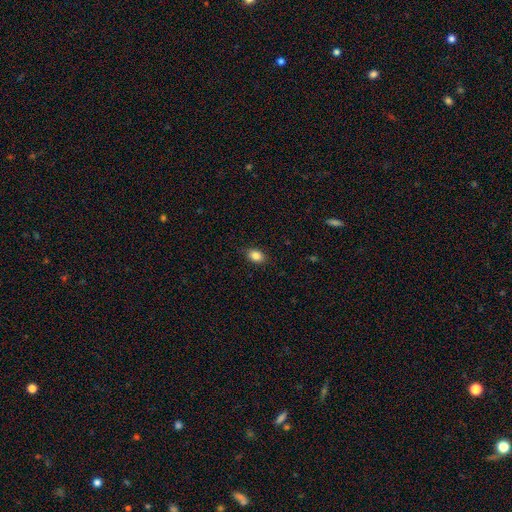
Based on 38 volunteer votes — This appears to be a smooth galaxy with no disk features (89%) that is in between round and cigar-shaped (62%). Merging: none (100%).